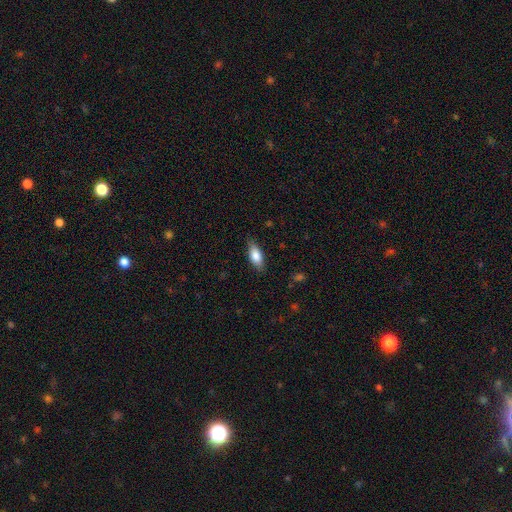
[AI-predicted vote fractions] Smooth or featured? smooth (80%)
How rounded? in between (80%)
Merging? none (83%)